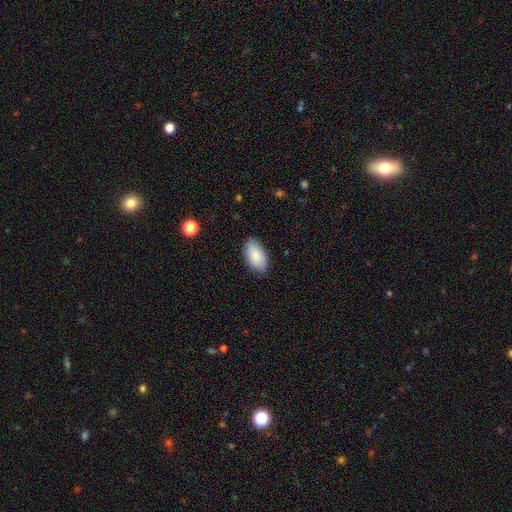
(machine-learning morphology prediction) Smooth or featured: smooth — 85% (featured or disk — 8%)
How rounded: in between — 95% (round — 3%)
Merging: none — 84% (minor disturbance — 12%)